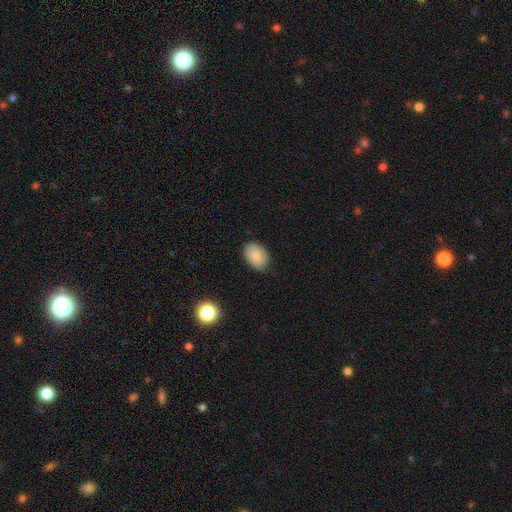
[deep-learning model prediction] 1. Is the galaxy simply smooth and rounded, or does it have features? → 83% smooth, 9% featured or disk, 8% star or artifact.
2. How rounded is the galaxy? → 80% in between, 19% round, 1% cigar-shaped.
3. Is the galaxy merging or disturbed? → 77% none, 19% minor disturbance, 3% major disturbance, 1% merger.